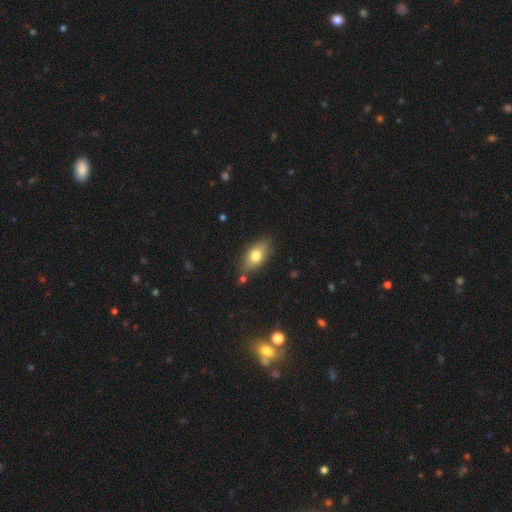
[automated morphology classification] This is likely a smooth galaxy (75%). How rounded: clearly in between (85%). Merging: clearly none (80%).